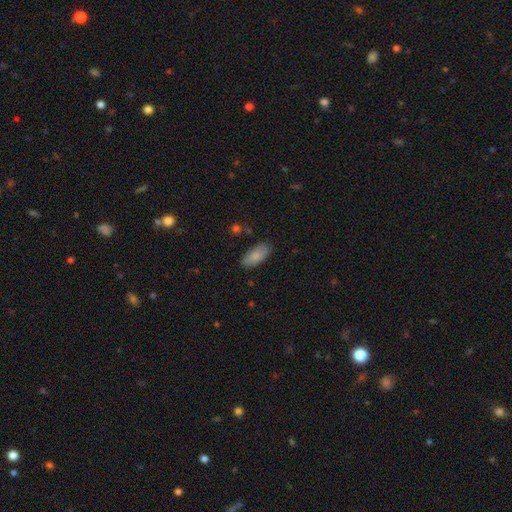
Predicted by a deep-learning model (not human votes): Smooth or featured? smooth (83%)
How rounded? in between (91%)
Merging? none (82%)